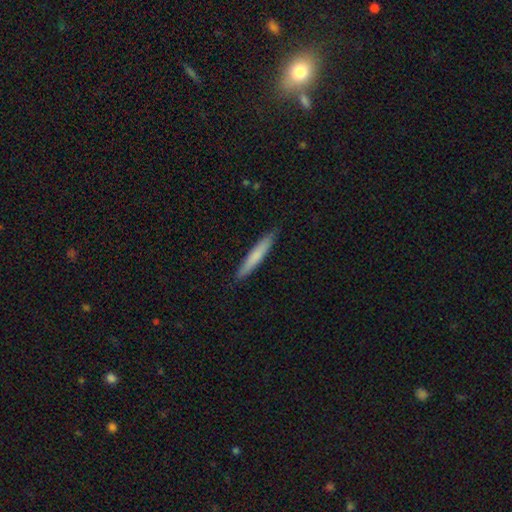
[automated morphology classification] smooth_or_featured: smooth (p=0.72) [alt: featured or disk p=0.23]
how_rounded: cigar-shaped (p=0.94) [alt: in between p=0.04]
merging: none (p=0.90) [alt: minor disturbance p=0.08]